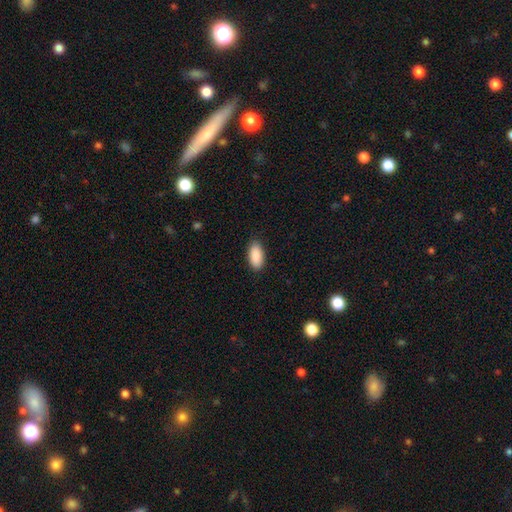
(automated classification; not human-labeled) The model was most divided on "merging": none: 88%, minor disturbance: 9%, major disturbance: 2%, merger: 1%. More confident: how rounded — in between (92%); smooth or featured — smooth (91%).